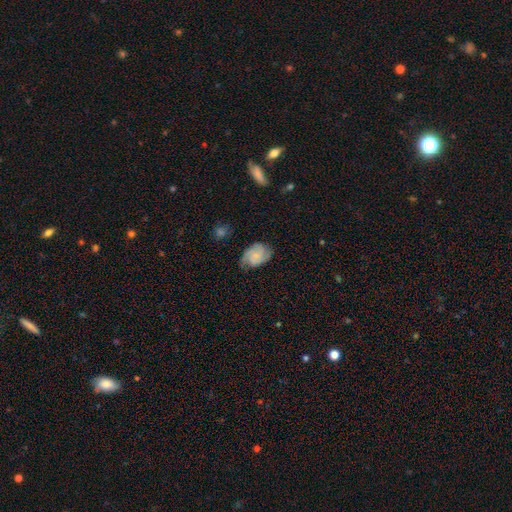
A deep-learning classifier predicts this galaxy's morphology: Smooth or featured? Predicted: featured or disk (p=0.48). Merging? Predicted: none (p=0.60).